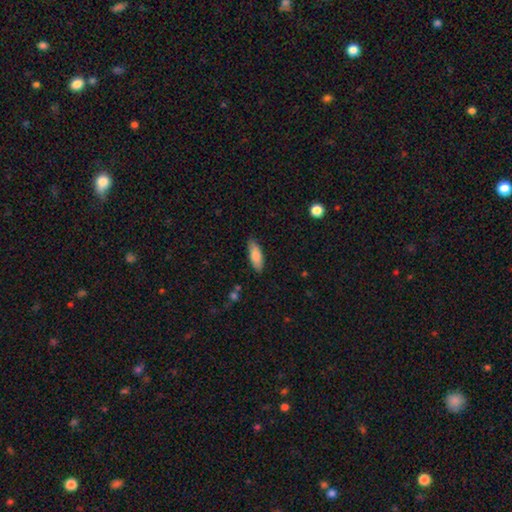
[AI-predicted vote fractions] This is clearly a smooth galaxy (84%). How rounded: likely in between (63%). Merging: clearly none (85%).